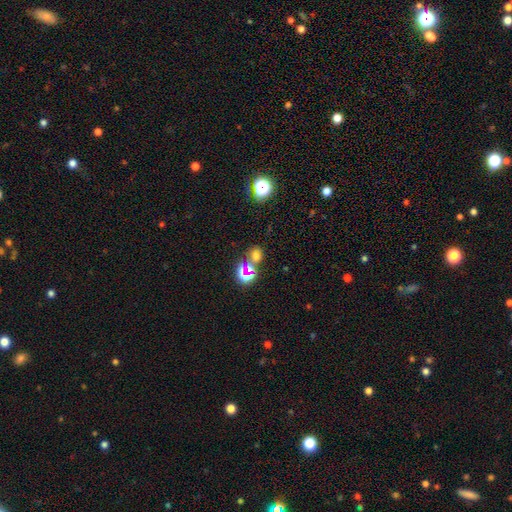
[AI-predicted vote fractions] Smooth or featured?
  - smooth: 55% *
  - star or artifact: 36%
  - featured or disk: 9%
How rounded?
  - round: 56% *
  - in between: 42%
  - cigar-shaped: 1%
Merging?
  - none: 55% *
  - merger: 29%
  - minor disturbance: 10%
  - major disturbance: 6%